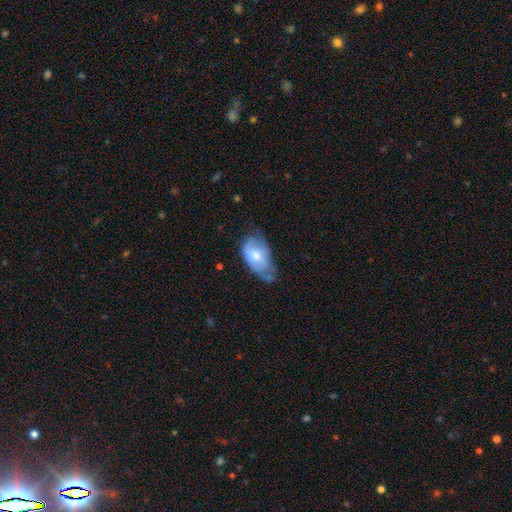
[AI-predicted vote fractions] smooth 59%, featured or disk 34%, star or artifact 6%. Down the decision tree: how rounded — in between (92%); merging — minor disturbance (42%).